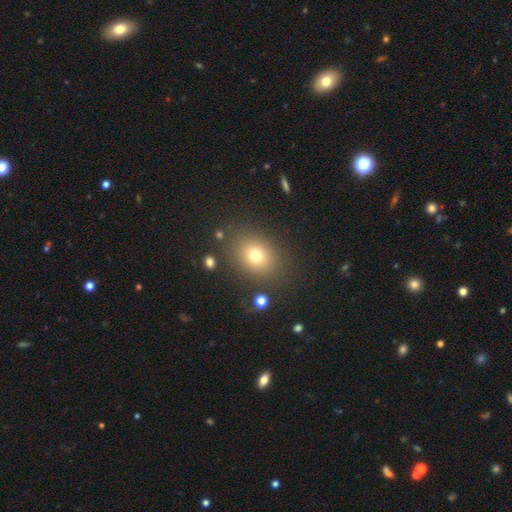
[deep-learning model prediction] This appears to be a smooth galaxy with no disk features (73%) that is round (50%). Merging: none (83%).